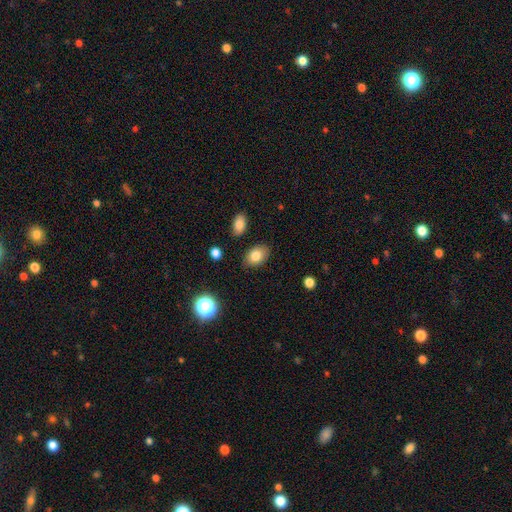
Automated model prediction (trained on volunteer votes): This appears to be a smooth galaxy with no disk features (80%) that is in between round and cigar-shaped (85%). Merging: none (84%).